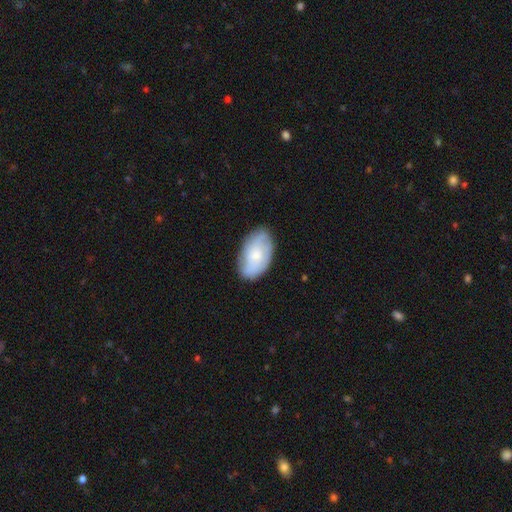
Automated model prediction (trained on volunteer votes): The model was most divided on "smooth or featured": smooth: 52%, featured or disk: 41%, star or artifact: 6%. More confident: how rounded — in between (94%); merging — none (78%).